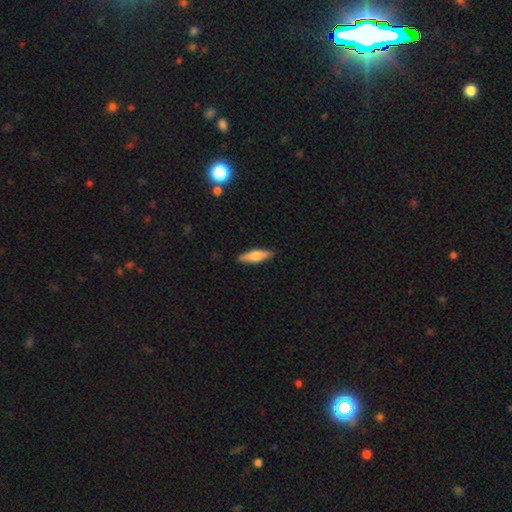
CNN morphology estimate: A smooth galaxy with no disk features (65%) that is cigar-shaped (63%). Merging: none (89%).